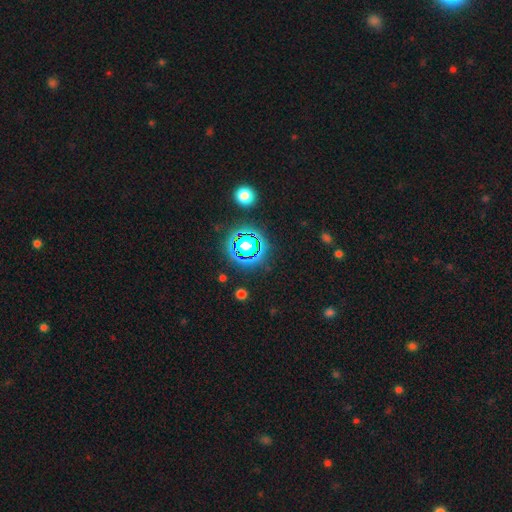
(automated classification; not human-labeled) smooth_or_featured: star or artifact (p=0.77) [alt: smooth p=0.16]